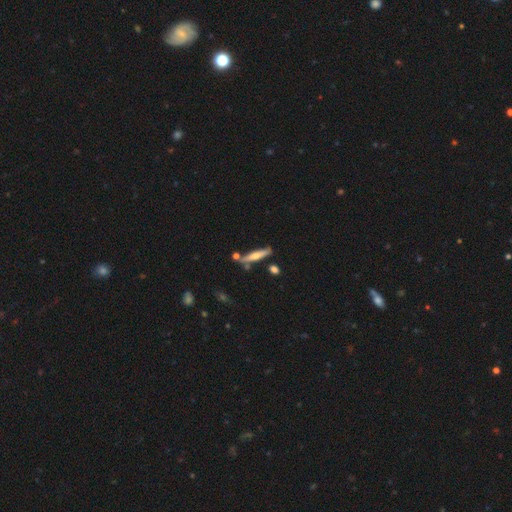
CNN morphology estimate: This is possibly a featured or disk galaxy (49%). Merging: likely none (73%).